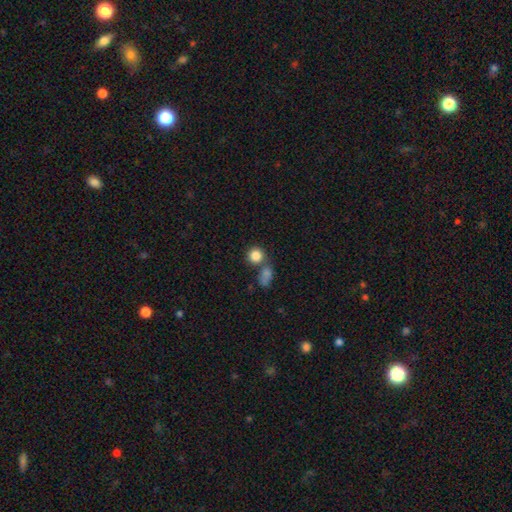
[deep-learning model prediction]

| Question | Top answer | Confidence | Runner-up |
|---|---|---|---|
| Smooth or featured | smooth | 84% | star or artifact (10%) |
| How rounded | round | 88% | in between (10%) |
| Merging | none | 59% | merger (28%) |